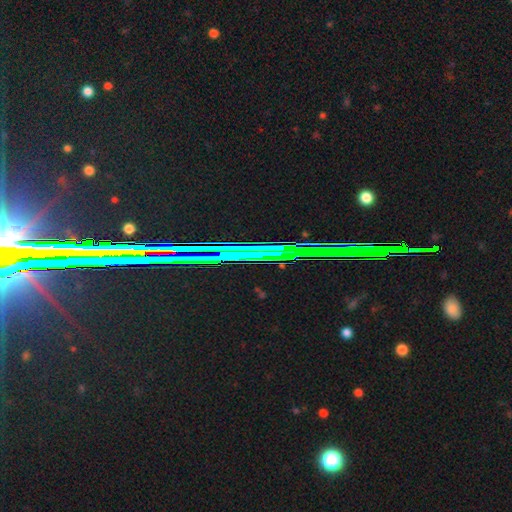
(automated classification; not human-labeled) The model was most divided on "smooth or featured": star or artifact: 82%, featured or disk: 10%, smooth: 8%.